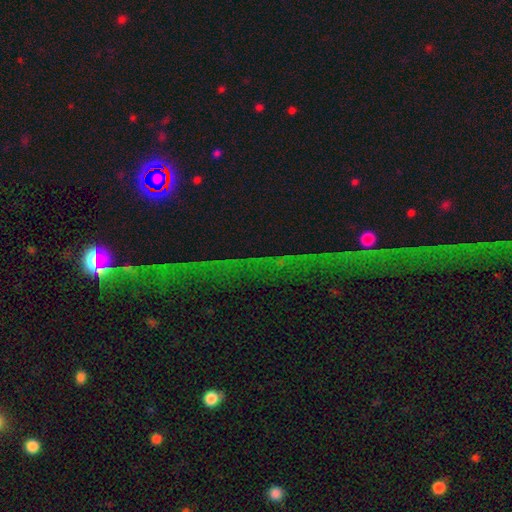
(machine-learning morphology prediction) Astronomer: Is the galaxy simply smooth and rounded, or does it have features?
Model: star or artifact — 73%.